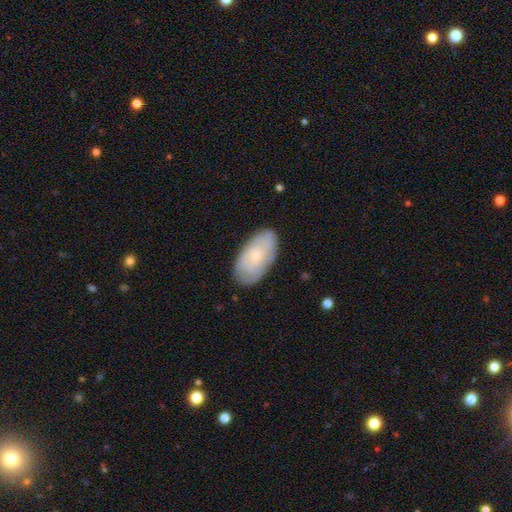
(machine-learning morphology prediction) Smooth or featured? smooth (50%)
Merging? none (82%)